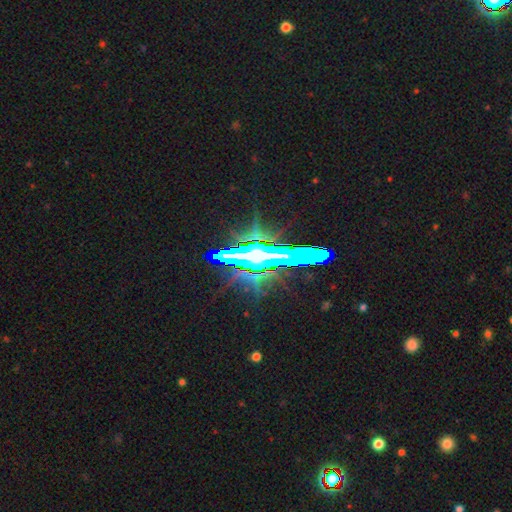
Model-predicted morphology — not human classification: type=star or artifact (65%).